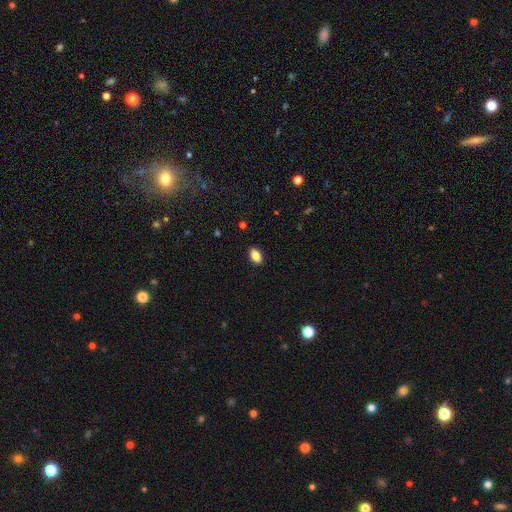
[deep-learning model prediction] Q: Smooth or featured?
A: smooth (85%); runner-up: star or artifact (8%)
Q: How rounded?
A: in between (89%); runner-up: round (9%)
Q: Merging?
A: none (89%); runner-up: minor disturbance (8%)